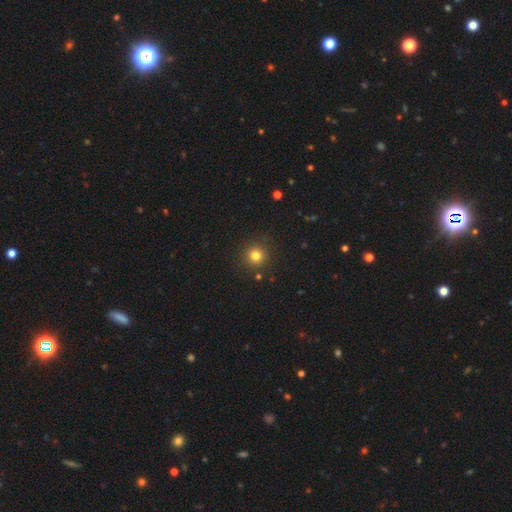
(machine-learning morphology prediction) Smooth or featured? Predicted: smooth (p=0.80). How rounded? Predicted: round (p=0.94). Merging? Predicted: none (p=0.89).